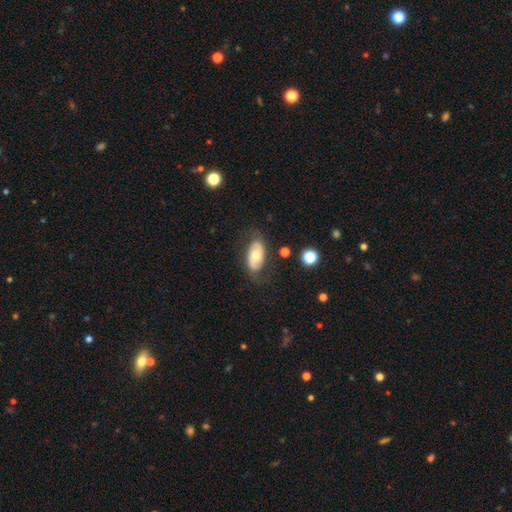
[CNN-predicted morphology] Q: Smooth or featured?
A: smooth (53%); runner-up: featured or disk (40%)
Q: How rounded?
A: in between (92%); runner-up: round (5%)
Q: Merging?
A: none (72%); runner-up: minor disturbance (18%)